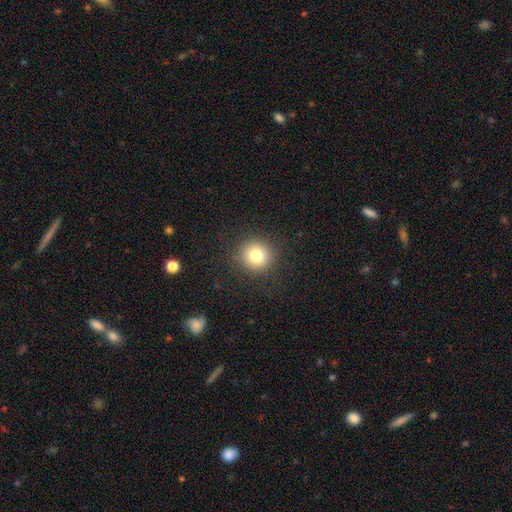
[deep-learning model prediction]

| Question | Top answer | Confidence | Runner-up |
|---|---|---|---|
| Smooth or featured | smooth | 79% | star or artifact (12%) |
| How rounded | round | 93% | in between (6%) |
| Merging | none | 90% | minor disturbance (6%) |